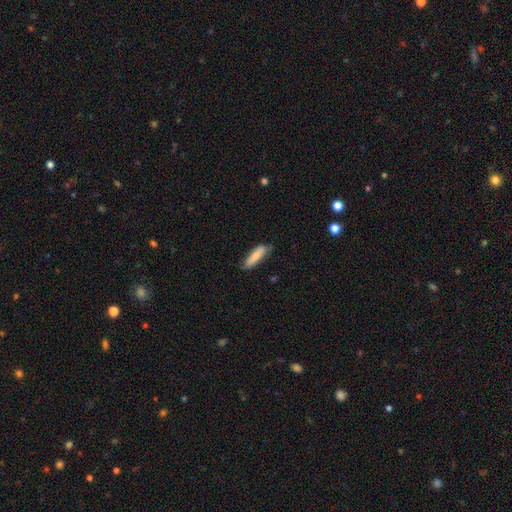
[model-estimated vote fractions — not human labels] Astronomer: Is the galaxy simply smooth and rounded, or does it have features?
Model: smooth — 79%.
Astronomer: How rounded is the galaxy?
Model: cigar-shaped — 66%.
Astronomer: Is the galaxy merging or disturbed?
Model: none — 74%.